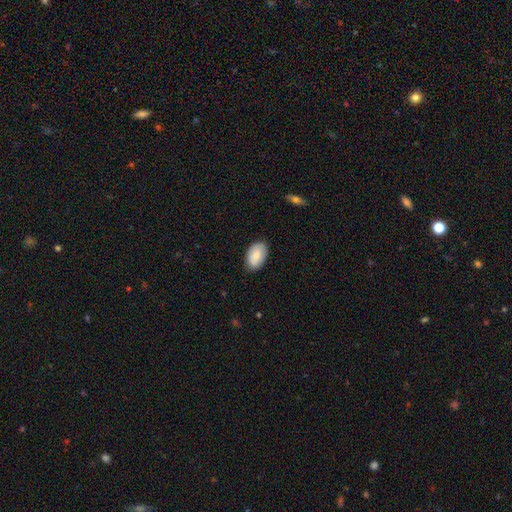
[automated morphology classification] Smooth or featured?
  - smooth: 82% *
  - featured or disk: 12%
  - star or artifact: 6%
How rounded?
  - in between: 93% *
  - round: 6%
  - cigar-shaped: 1%
Merging?
  - none: 83% *
  - minor disturbance: 14%
  - major disturbance: 2%
  - merger: 1%